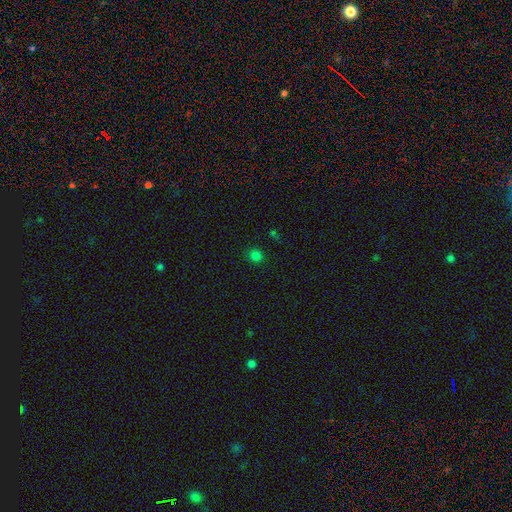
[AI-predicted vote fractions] Morphology: type=smooth (77%); roundness=round (86%); merging=none (86%).